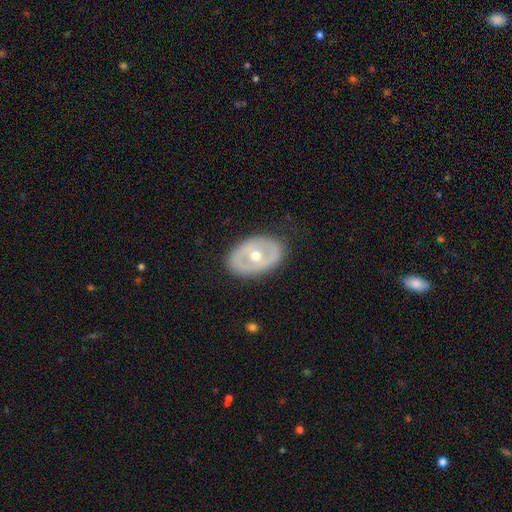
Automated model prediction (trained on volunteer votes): This is likely a featured or disk galaxy (60%). It is clearly not viewed edge-on (90%). Bar: likely no (75%). Spiral arm pattern: clearly no (87%). Central bulge: likely moderate (75%). Merging: clearly none (83%).